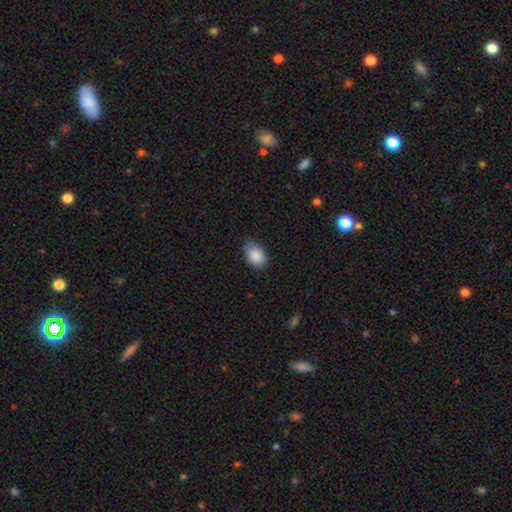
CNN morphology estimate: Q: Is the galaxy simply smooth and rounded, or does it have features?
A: smooth — 89%.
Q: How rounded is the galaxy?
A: in between — 90%.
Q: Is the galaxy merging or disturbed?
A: none — 78%.